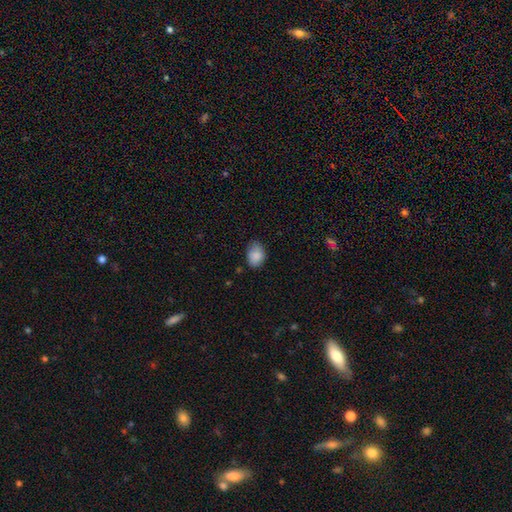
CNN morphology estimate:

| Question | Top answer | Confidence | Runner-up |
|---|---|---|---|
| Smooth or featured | smooth | 87% | star or artifact (8%) |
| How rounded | in between | 73% | round (26%) |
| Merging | none | 69% | minor disturbance (25%) |